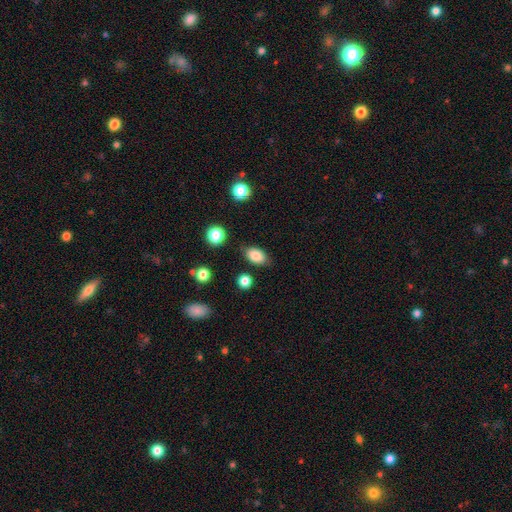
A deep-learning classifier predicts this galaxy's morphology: This is clearly a smooth galaxy (84%). How rounded: clearly in between (88%). Merging: clearly none (81%).